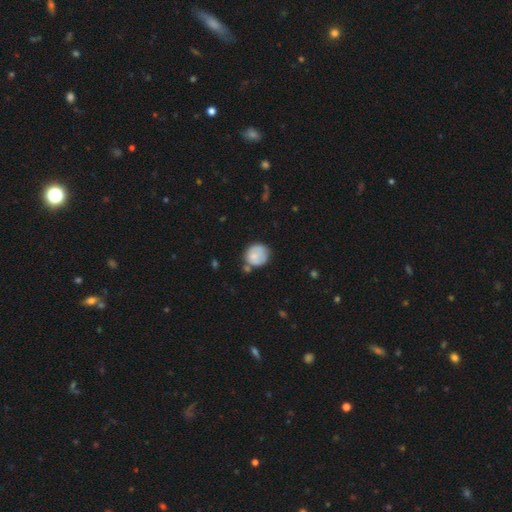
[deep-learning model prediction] Smooth or featured? Predicted: smooth (p=0.69). How rounded? Predicted: round (p=0.82). Merging? Predicted: none (p=0.52).